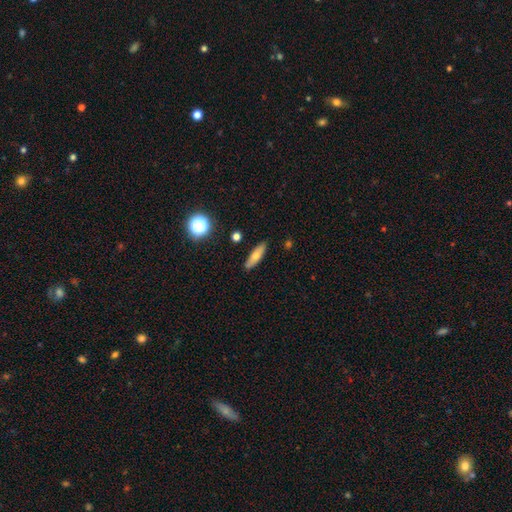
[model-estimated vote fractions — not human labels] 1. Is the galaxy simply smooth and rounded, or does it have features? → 63% smooth, 28% featured or disk, 9% star or artifact.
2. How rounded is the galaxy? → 61% cigar-shaped, 35% in between, 4% round.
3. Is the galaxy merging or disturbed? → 88% none, 9% minor disturbance, 2% major disturbance, 2% merger.